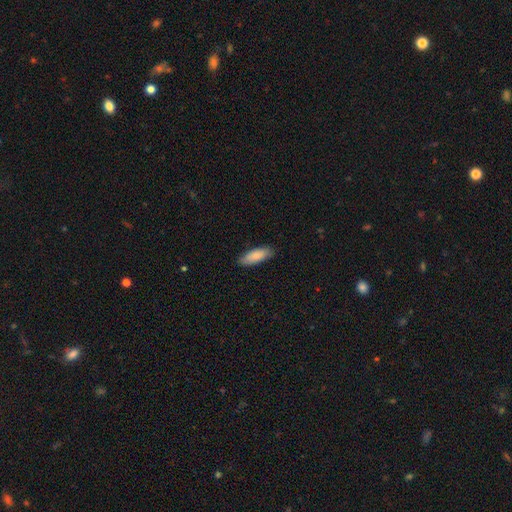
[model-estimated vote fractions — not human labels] A smooth galaxy with no disk features (87%) that is in between round and cigar-shaped (61%).

Vote fractions:
- Smooth or featured? smooth: 87% / featured or disk: 8% / star or artifact: 5%
- How rounded? in between: 61% / cigar-shaped: 37% / round: 2%
- Merging? none: 88% / minor disturbance: 10% / major disturbance: 2% / merger: 1%